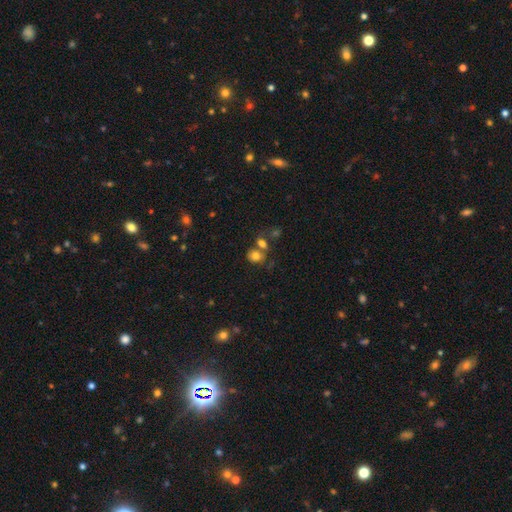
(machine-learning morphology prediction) Smooth or featured: smooth — 76% (star or artifact — 12%)
How rounded: round — 58% (in between — 41%)
Merging: none — 44% (merger — 36%)